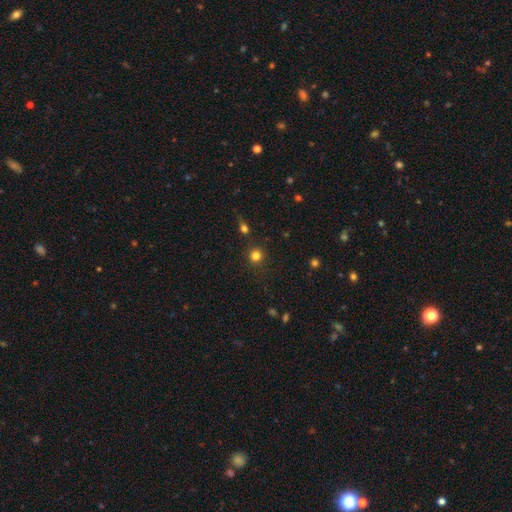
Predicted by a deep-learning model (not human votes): Morphology: type=smooth (80%); roundness=round (94%); merging=none (88%).